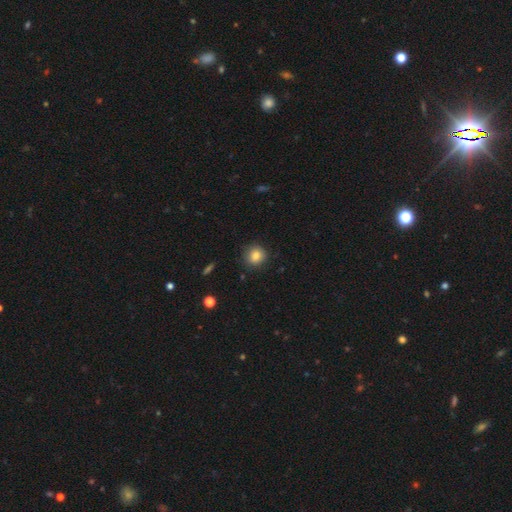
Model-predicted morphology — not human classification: Smooth or featured?
  - smooth: 84% *
  - star or artifact: 10%
  - featured or disk: 7%
How rounded?
  - round: 84% *
  - in between: 15%
  - cigar-shaped: 1%
Merging?
  - none: 85% *
  - minor disturbance: 11%
  - major disturbance: 3%
  - merger: 1%